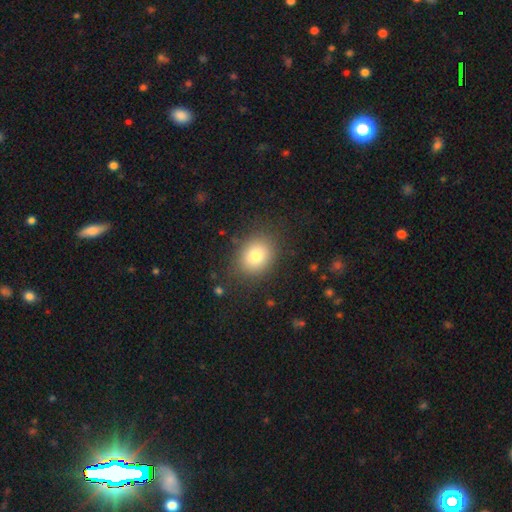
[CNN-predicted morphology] Q: Smooth or featured?
A: smooth (80%); runner-up: star or artifact (11%)
Q: How rounded?
A: round (51%); runner-up: in between (48%)
Q: Merging?
A: none (84%); runner-up: minor disturbance (11%)